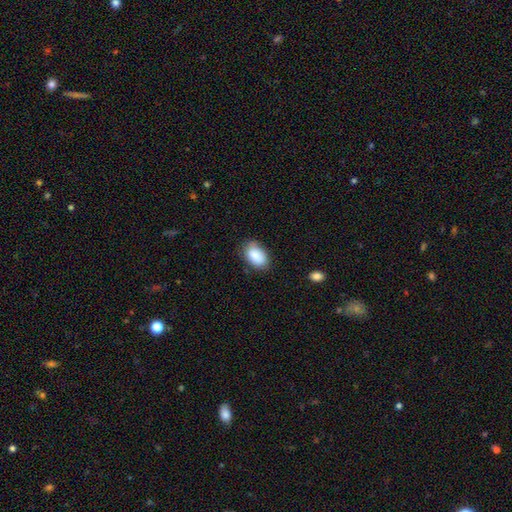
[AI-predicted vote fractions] smooth-or-featured: smooth: 86% | star or artifact: 7% | featured or disk: 7%
  how-rounded: in between: 90% | round: 9% | cigar-shaped: 1%
  merging: none: 73% | minor disturbance: 21% | major disturbance: 4% | merger: 2%